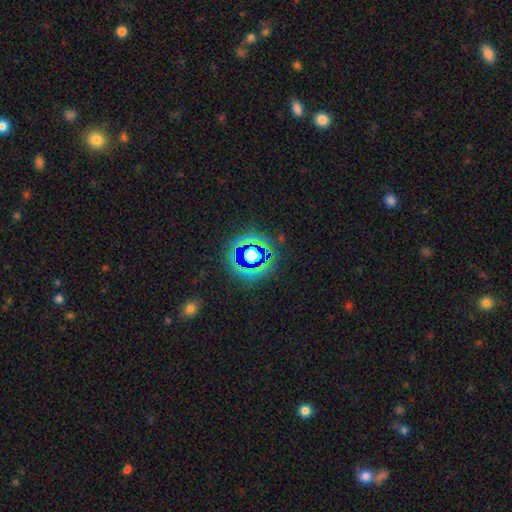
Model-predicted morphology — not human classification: Smooth or featured: star or artifact — 74% (smooth — 15%)